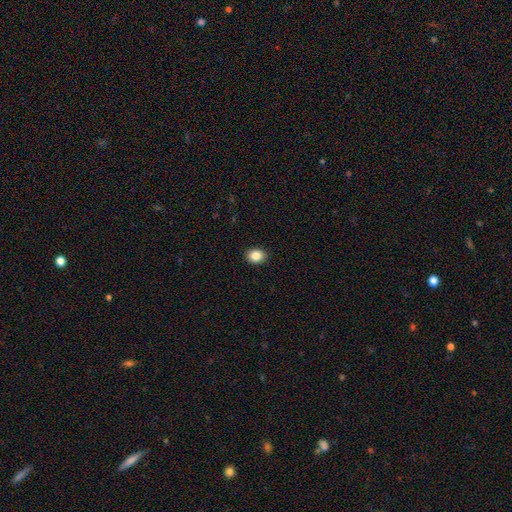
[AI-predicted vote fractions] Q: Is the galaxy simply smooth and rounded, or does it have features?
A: smooth — 86%.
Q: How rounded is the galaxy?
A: in between — 54%.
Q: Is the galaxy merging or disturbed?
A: none — 91%.